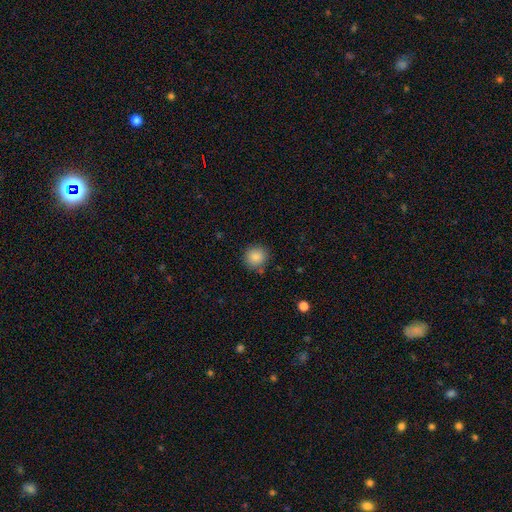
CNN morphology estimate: A smooth galaxy with no disk features (86%) that is round (89%). Merging: none (86%).